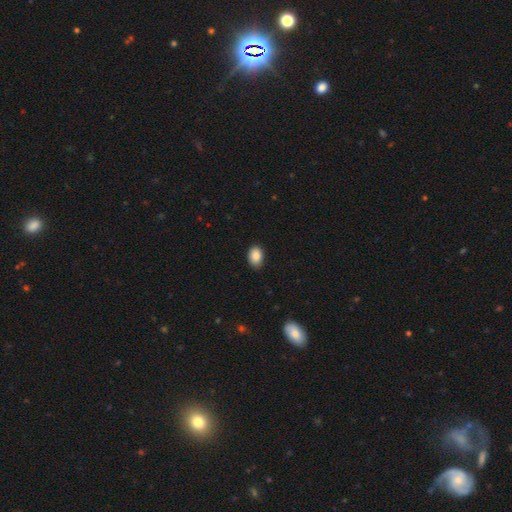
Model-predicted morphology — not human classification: Smooth or featured? smooth (88%)
How rounded? in between (83%)
Merging? none (83%)